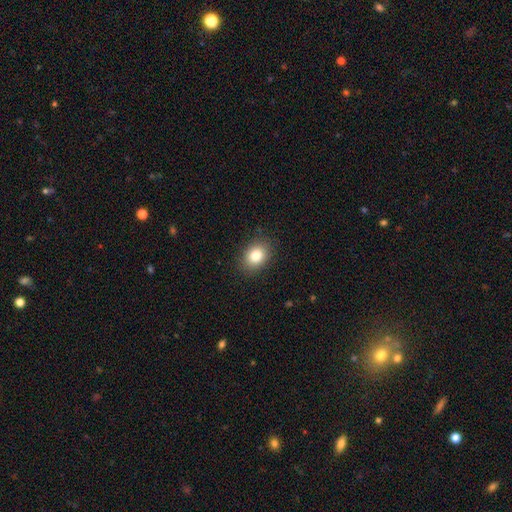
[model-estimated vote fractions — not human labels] smooth_or_featured: smooth (p=0.83) [alt: star or artifact p=0.10]
how_rounded: in between (p=0.63) [alt: round p=0.36]
merging: none (p=0.88) [alt: minor disturbance p=0.09]